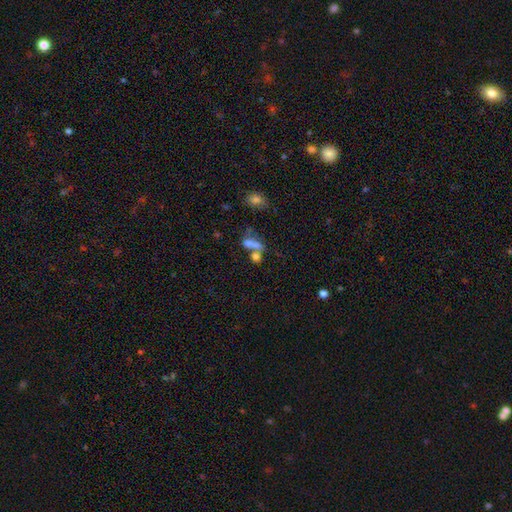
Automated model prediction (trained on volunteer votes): A smooth galaxy with no disk features (67%) that is in between round and cigar-shaped (49%).

Vote fractions:
- Smooth or featured? smooth: 67% / star or artifact: 17% / featured or disk: 16%
- How rounded? in between: 49% / round: 43% / cigar-shaped: 8%
- Merging? merger: 52% / none: 32% / minor disturbance: 9% / major disturbance: 8%